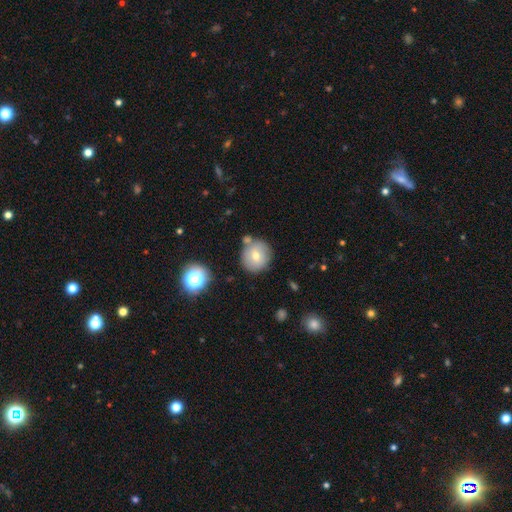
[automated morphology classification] This is likely a smooth galaxy (67%). How rounded: clearly round (90%). Merging: likely none (73%).